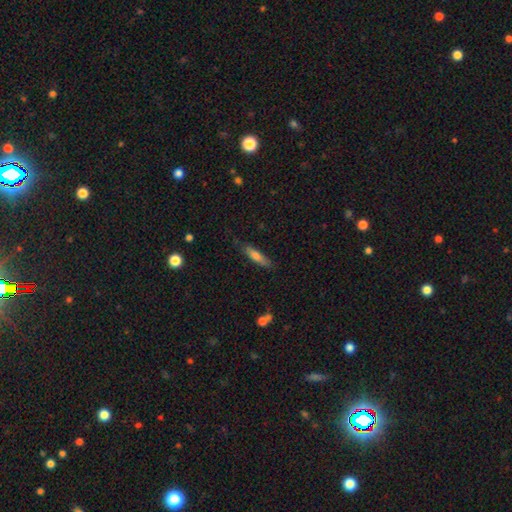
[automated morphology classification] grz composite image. It shows a smooth galaxy with no disk features (67%) that is cigar-shaped (80%). Merging: none (80%).